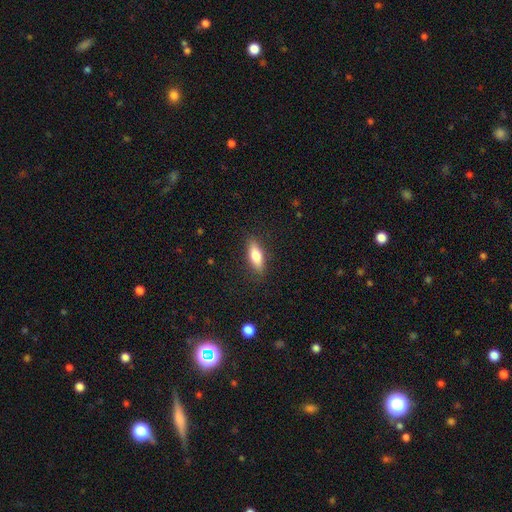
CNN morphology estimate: smooth_or_featured: smooth (p=0.73) [alt: featured or disk p=0.20]
how_rounded: in between (p=0.63) [alt: cigar-shaped p=0.34]
merging: none (p=0.86) [alt: minor disturbance p=0.10]